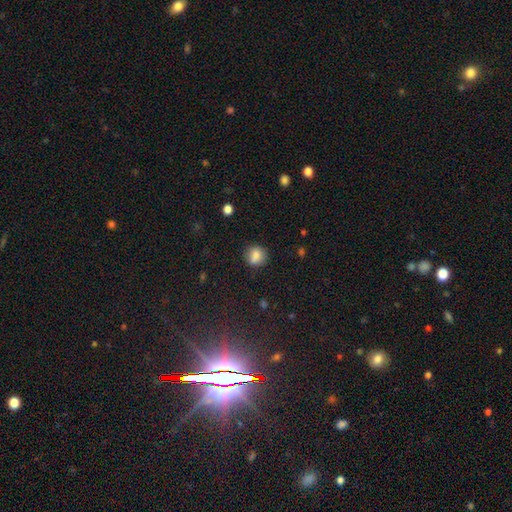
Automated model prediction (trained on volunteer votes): A smooth galaxy with no disk features (81%) that is round (82%). Merging: none (78%).